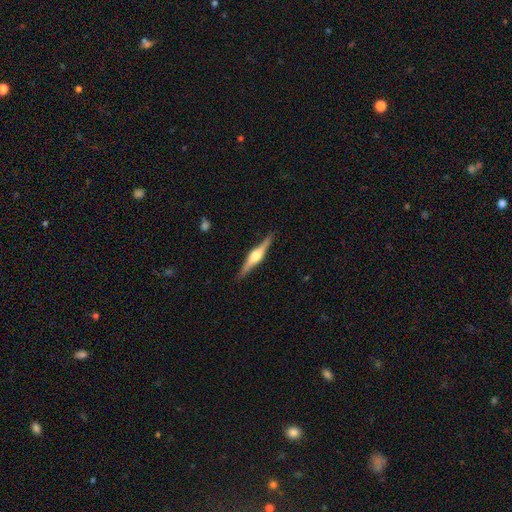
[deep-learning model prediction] A featured or disk galaxy (78%) viewed edge-on (98%) with a rounded central bulge (94%). Merging: none (90%).